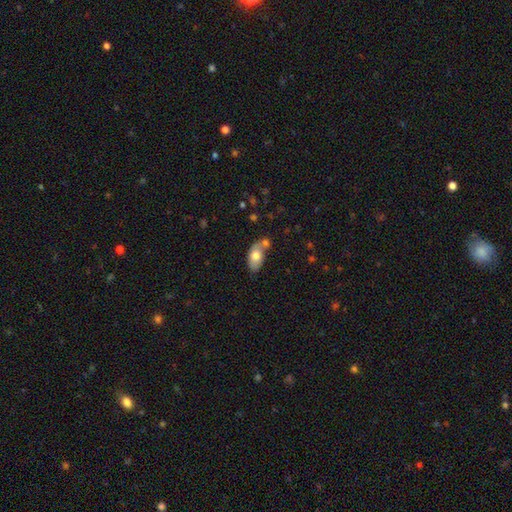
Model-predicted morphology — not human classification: A smooth galaxy with no disk features (73%) that is in between round and cigar-shaped (90%).

Vote fractions:
- Smooth or featured? smooth: 73% / featured or disk: 21% / star or artifact: 7%
- How rounded? in between: 90% / round: 7% / cigar-shaped: 3%
- Merging? none: 40% / merger: 35% / minor disturbance: 18% / major disturbance: 7%